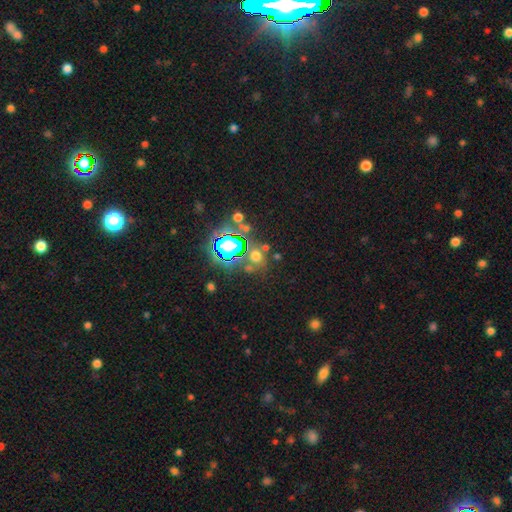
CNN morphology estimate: This is possibly a smooth galaxy (45%, tied with star or artifact). Merging: likely none (70%).